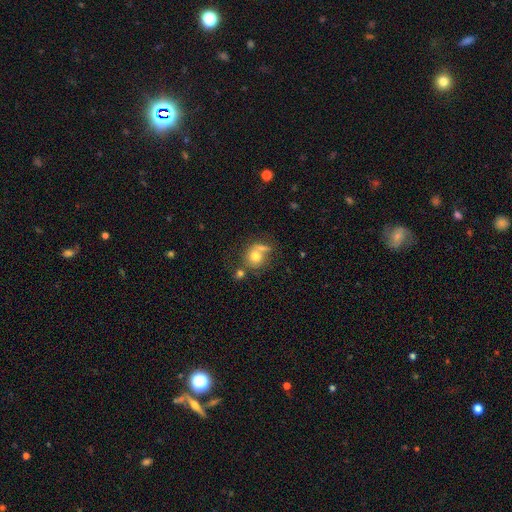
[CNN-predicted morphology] type=smooth (72%); roundness=round (74%); merging=none (41%).